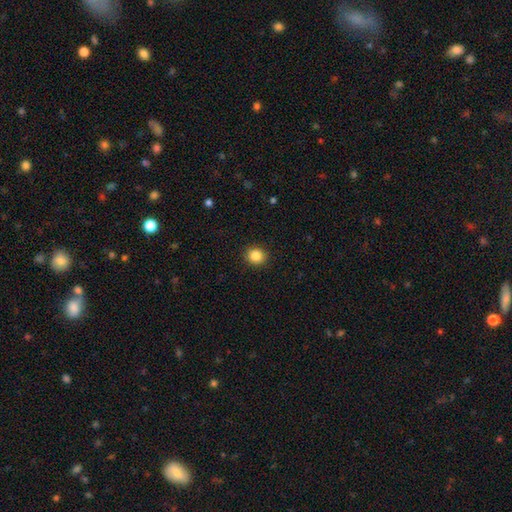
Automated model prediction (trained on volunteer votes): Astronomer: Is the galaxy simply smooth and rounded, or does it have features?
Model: smooth — 86%.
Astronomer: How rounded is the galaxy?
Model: round — 82%.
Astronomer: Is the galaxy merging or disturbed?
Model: none — 91%.